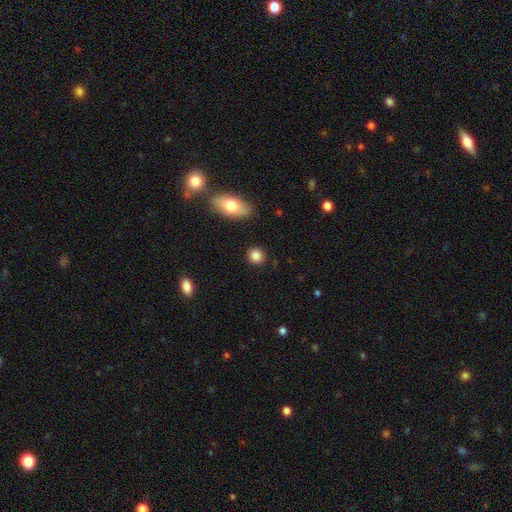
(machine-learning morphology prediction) smooth 85%, star or artifact 9%, featured or disk 5%. Down the decision tree: how rounded — round (84%); merging — none (89%).